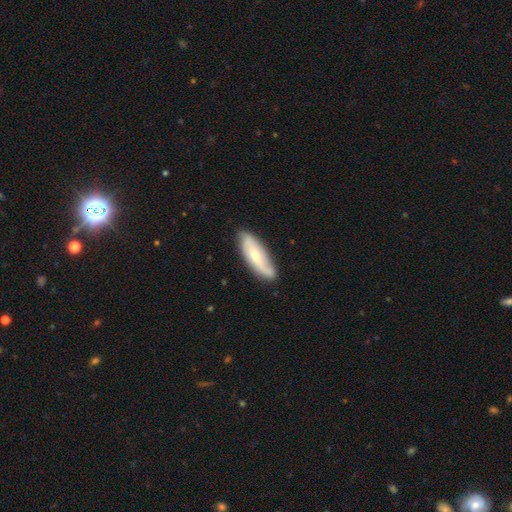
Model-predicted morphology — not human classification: A featured or disk galaxy (51%). Merging: none (79%).